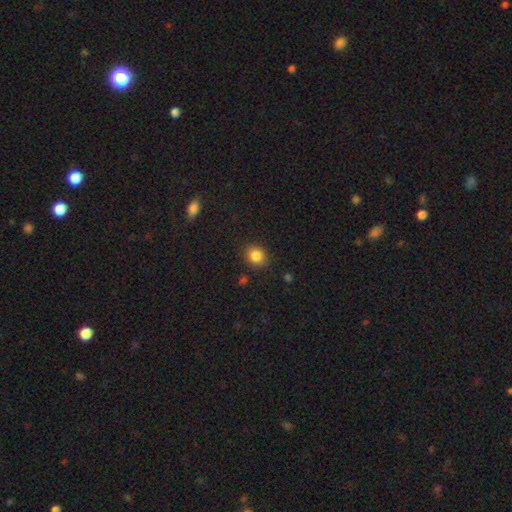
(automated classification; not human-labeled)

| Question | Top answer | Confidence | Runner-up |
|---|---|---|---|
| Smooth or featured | smooth | 84% | star or artifact (10%) |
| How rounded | round | 62% | in between (37%) |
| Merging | none | 85% | minor disturbance (11%) |